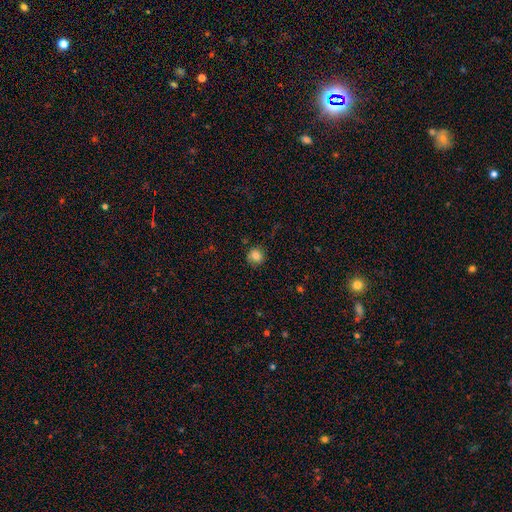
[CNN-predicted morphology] smooth_or_featured: smooth (p=0.82) [alt: star or artifact p=0.11]
how_rounded: round (p=0.91) [alt: in between p=0.08]
merging: none (p=0.85) [alt: minor disturbance p=0.11]